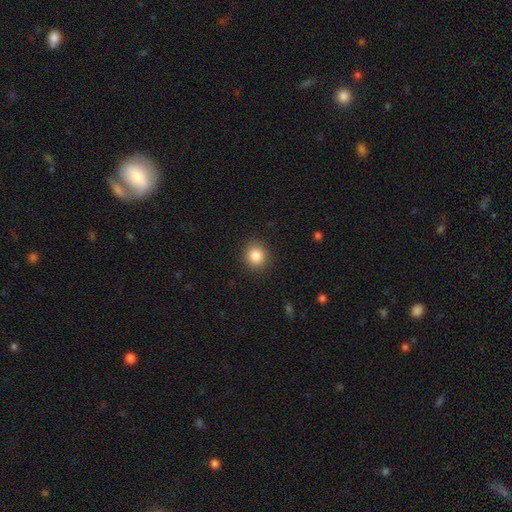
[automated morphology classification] Smooth or featured? smooth (86%)
How rounded? round (83%)
Merging? none (89%)